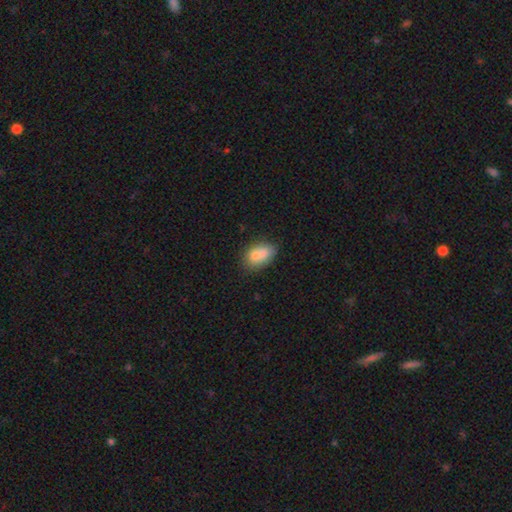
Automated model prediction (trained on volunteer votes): smooth 77%, featured or disk 14%, star or artifact 9%. Down the decision tree: how rounded — in between (83%); merging — none (49%).